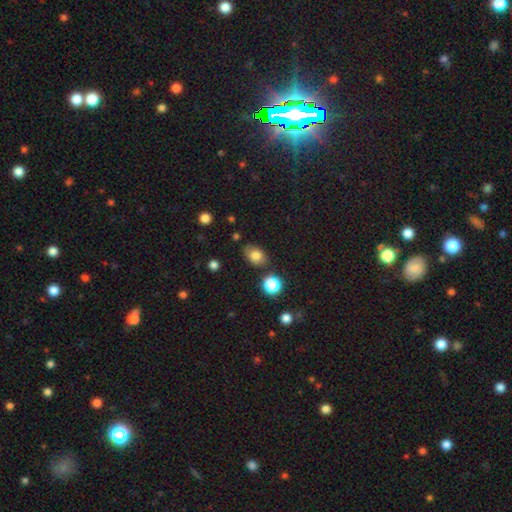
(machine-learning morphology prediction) The model was most divided on "how rounded": in between: 71%, round: 28%, cigar-shaped: 1%. More confident: smooth or featured — smooth (79%); merging — none (77%).